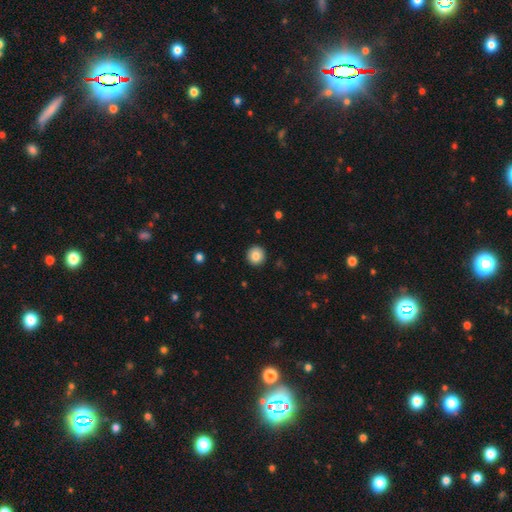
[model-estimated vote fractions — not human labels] smooth-or-featured: smooth: 84% | star or artifact: 9% | featured or disk: 7%
  how-rounded: round: 94% | in between: 5% | cigar-shaped: 1%
  merging: none: 92% | minor disturbance: 5% | major disturbance: 2% | merger: 1%